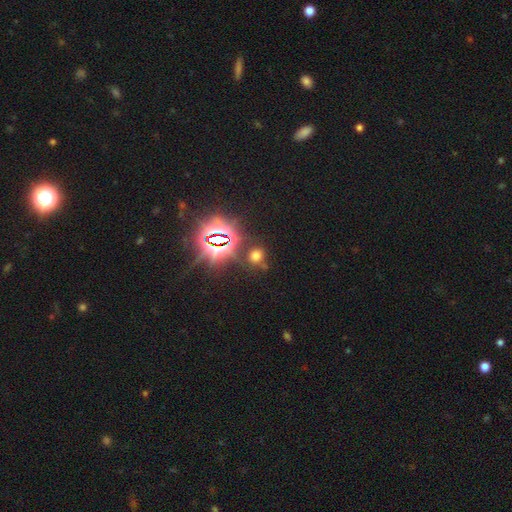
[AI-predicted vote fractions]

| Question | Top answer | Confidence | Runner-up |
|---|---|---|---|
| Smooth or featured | smooth | 49% | star or artifact (44%) |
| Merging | none | 76% | minor disturbance (12%) |